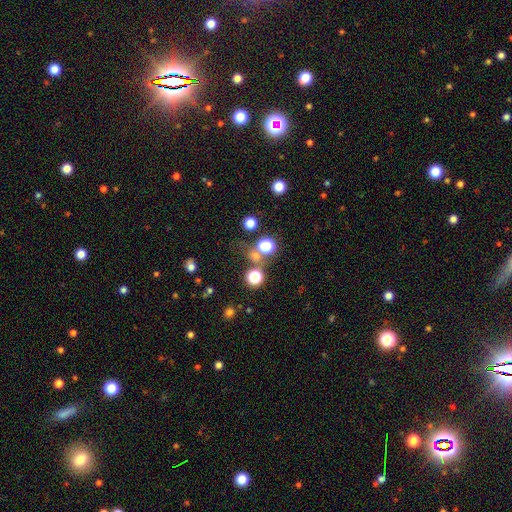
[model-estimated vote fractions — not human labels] Smooth or featured?
  - smooth: 56% *
  - star or artifact: 35%
  - featured or disk: 9%
How rounded?
  - round: 84% *
  - in between: 14%
  - cigar-shaped: 1%
Merging?
  - none: 61% *
  - merger: 21%
  - minor disturbance: 10%
  - major disturbance: 8%